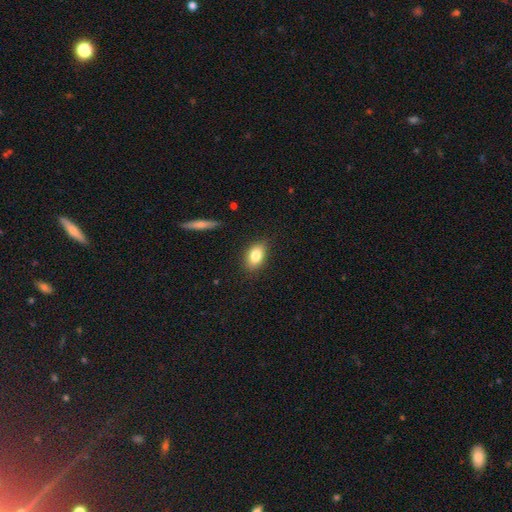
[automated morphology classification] type=smooth (81%); roundness=in between (85%); merging=none (84%).